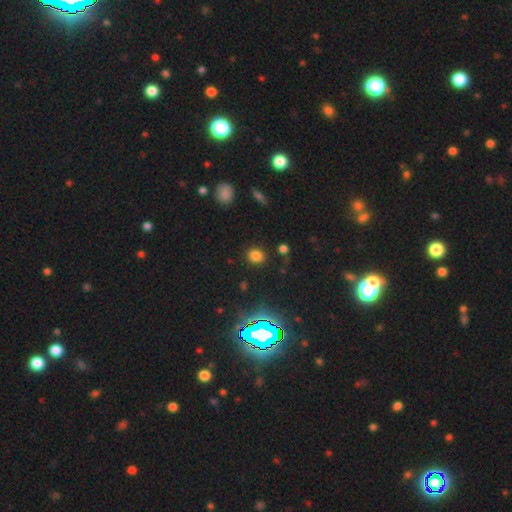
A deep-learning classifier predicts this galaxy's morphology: Overall: smooth (72%). How rounded: round (76%). Merging: none (87%).